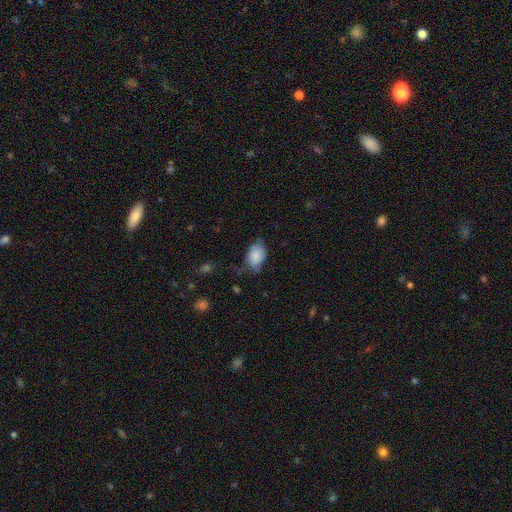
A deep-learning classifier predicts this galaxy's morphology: Smooth or featured? Predicted: smooth (p=0.84). How rounded? Predicted: in between (p=0.85). Merging? Predicted: none (p=0.56).